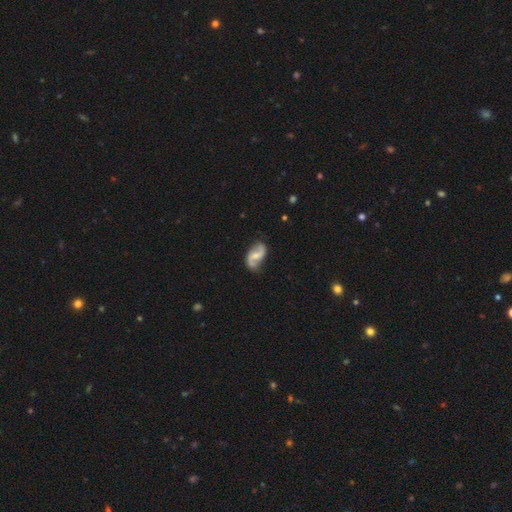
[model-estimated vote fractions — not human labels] This appears to be a featured or disk galaxy (78%) with a weak bar (47%), 2 (92%) loose (59%) spiral arms (94%) and a small central bulge (44%). Merging: none (73%).